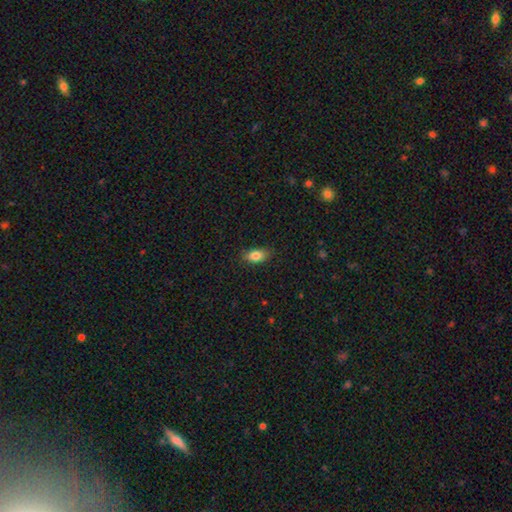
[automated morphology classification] Q: Smooth or featured?
A: smooth (84%); runner-up: featured or disk (8%)
Q: How rounded?
A: in between (88%); runner-up: round (6%)
Q: Merging?
A: none (85%); runner-up: minor disturbance (12%)